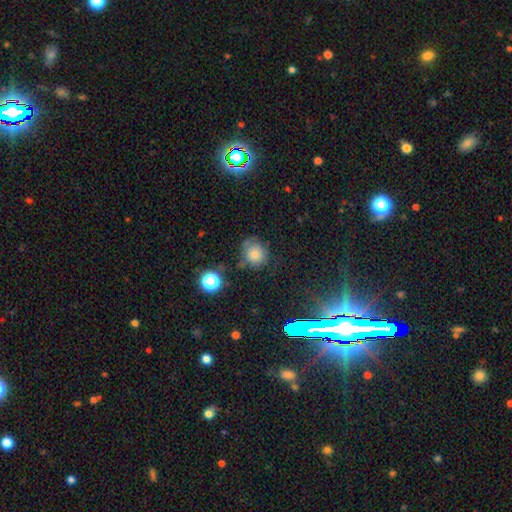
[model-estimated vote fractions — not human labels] The model was most divided on "merging": none: 63%, minor disturbance: 23%, major disturbance: 10%, merger: 4%. More confident: how rounded — round (82%); smooth or featured — smooth (63%).